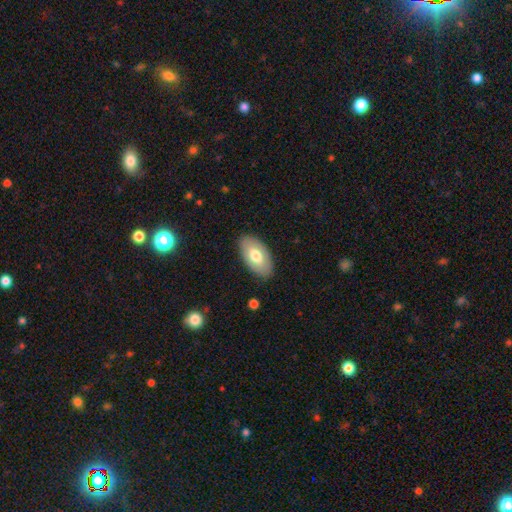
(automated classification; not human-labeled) A smooth galaxy with no disk features (66%) that is in between round and cigar-shaped (95%). Merging: none (86%).